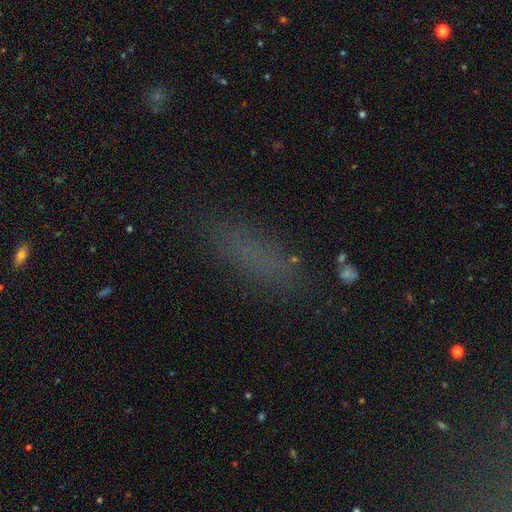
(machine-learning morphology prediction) A smooth galaxy with no disk features (66%) that is cigar-shaped (52%).

Vote fractions:
- Smooth or featured? smooth: 66% / star or artifact: 22% / featured or disk: 12%
- How rounded? cigar-shaped: 52% / in between: 44% / round: 4%
- Merging? none: 78% / minor disturbance: 13% / major disturbance: 6% / merger: 2%